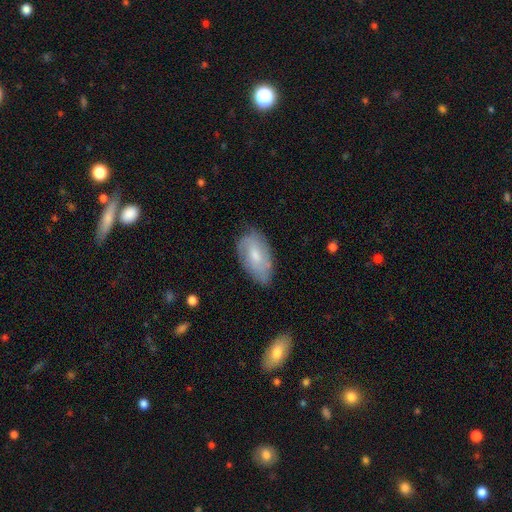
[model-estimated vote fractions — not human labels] smooth-or-featured: smooth: 52% | featured or disk: 41% | star or artifact: 7%
  how-rounded: in between: 92% | round: 4% | cigar-shaped: 3%
  merging: none: 65% | minor disturbance: 27% | major disturbance: 6% | merger: 2%